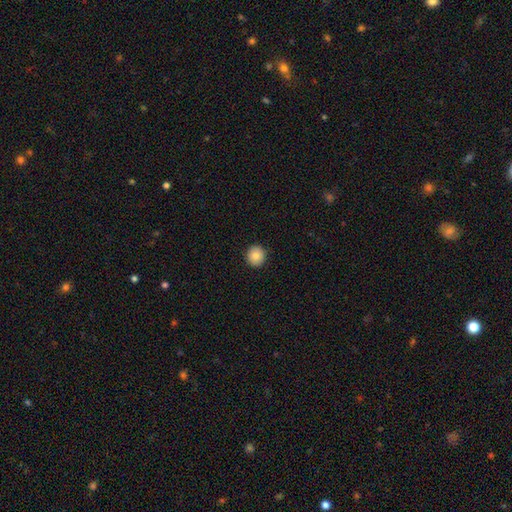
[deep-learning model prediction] Morphology: type=smooth (84%); roundness=round (91%); merging=none (92%).